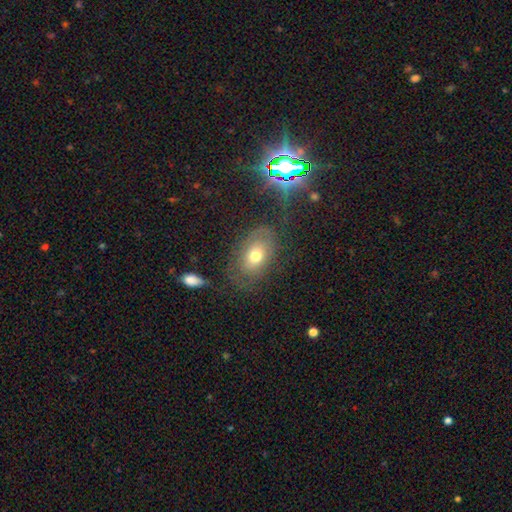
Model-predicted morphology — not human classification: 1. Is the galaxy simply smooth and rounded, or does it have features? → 56% smooth, 30% featured or disk, 13% star or artifact.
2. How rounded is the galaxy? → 81% in between, 18% round, 2% cigar-shaped.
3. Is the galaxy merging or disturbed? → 69% none, 18% minor disturbance, 11% major disturbance, 3% merger.